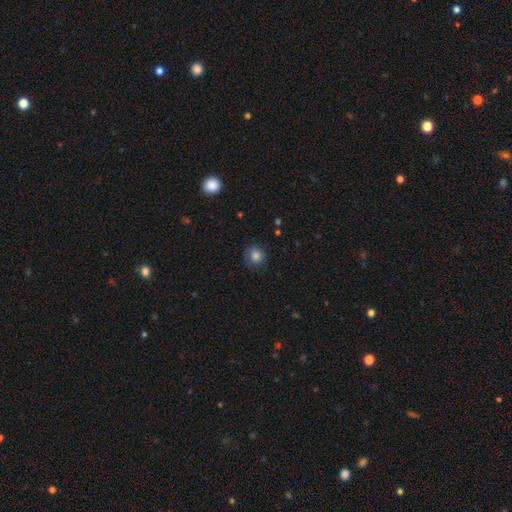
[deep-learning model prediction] smooth-or-featured: smooth: 83% | star or artifact: 11% | featured or disk: 6%
  how-rounded: round: 88% | in between: 11% | cigar-shaped: 1%
  merging: none: 81% | minor disturbance: 14% | major disturbance: 4% | merger: 1%